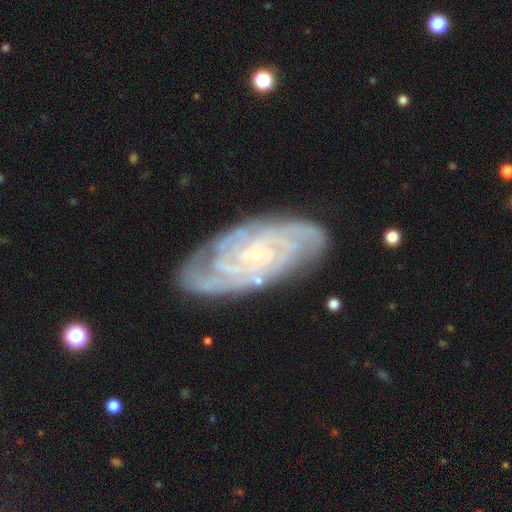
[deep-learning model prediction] A featured or disk galaxy (88%) with no bar (70%), tight (77%) spiral arms (97%) and a small central bulge (86%).

Vote fractions:
- Smooth or featured? featured or disk: 88% / smooth: 7% / star or artifact: 5%
- Edge-on disk? no: 95% / yes: 5%
- Bar? no: 70% / weak: 23% / strong: 7%
- Spiral arms? yes: 97% / no: 3%
- Spiral winding? tight: 77% / medium: 20% / loose: 4%
- Spiral arm count? can't tell: 27% / 4: 23% / 3: 18% / 2: 16% / more than 4: 10% / 1: 7%
- Bulge size? small: 86% / moderate: 9% / none: 4% / large: 1% / dominant: 1%
- Merging? none: 80% / minor disturbance: 15% / major disturbance: 4% / merger: 2%